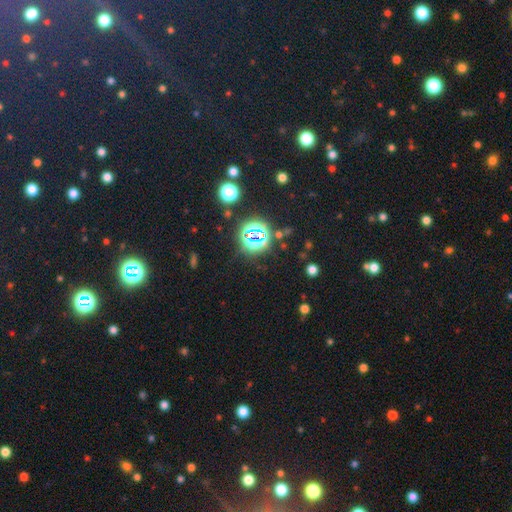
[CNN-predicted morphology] smooth-or-featured: star or artifact: 78% | smooth: 15% | featured or disk: 7%